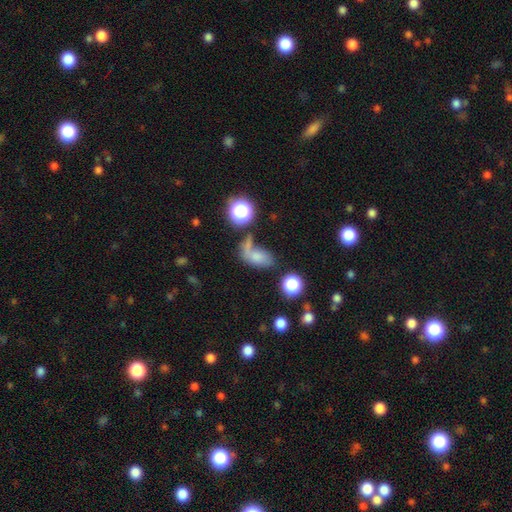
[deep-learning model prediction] Overall: smooth (64%). How rounded: in between (80%). Merging: merger (30%, tied with none).